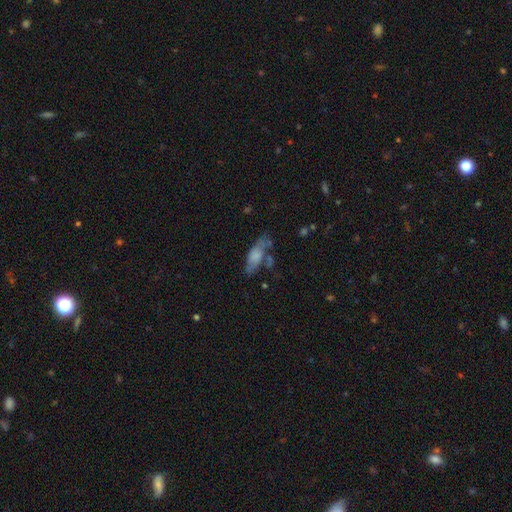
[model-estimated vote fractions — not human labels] Smooth or featured? Predicted: smooth (p=0.67). How rounded? Predicted: in between (p=0.64). Merging? Predicted: none (p=0.48).